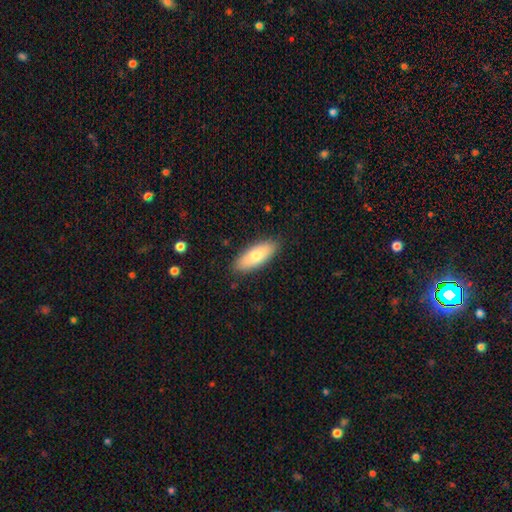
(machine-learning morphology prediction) A smooth galaxy with no disk features (75%) that is in between round and cigar-shaped (75%). Merging: none (87%).